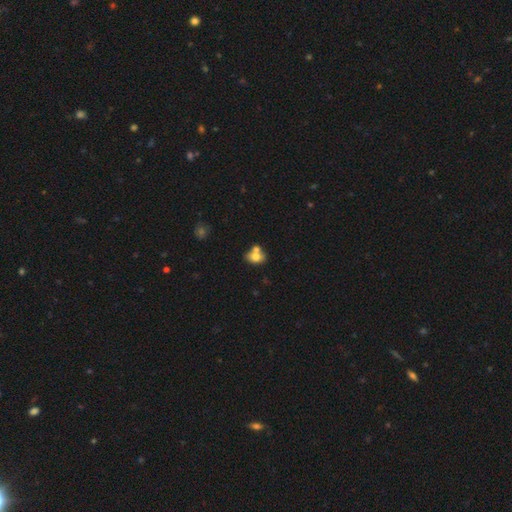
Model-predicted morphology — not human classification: smooth_or_featured: smooth (p=0.75) [alt: featured or disk p=0.16]
how_rounded: in between (p=0.59) [alt: round p=0.40]
merging: none (p=0.43) [alt: merger p=0.42]